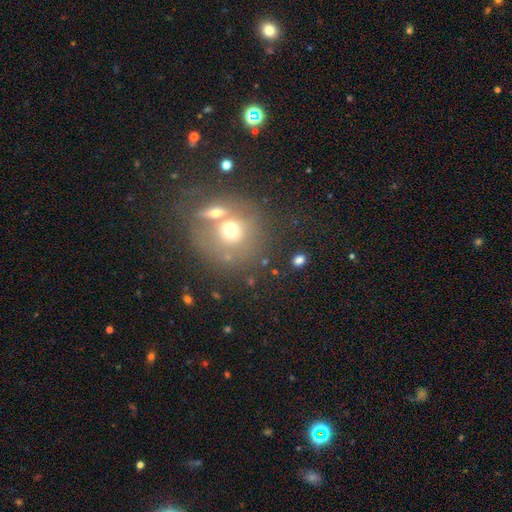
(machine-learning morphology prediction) smooth_or_featured: smooth (p=0.52) [alt: star or artifact p=0.26]
how_rounded: round (p=0.81) [alt: in between p=0.17]
merging: none (p=0.46) [alt: merger p=0.36]